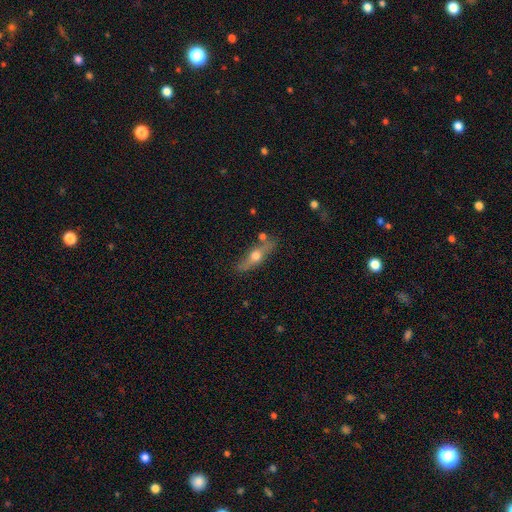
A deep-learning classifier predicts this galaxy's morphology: featured or disk 61%, smooth 32%, star or artifact 7%. Down the decision tree: edge-on disk — yes (86%); edge-on bulge — rounded (95%); merging — none (78%).